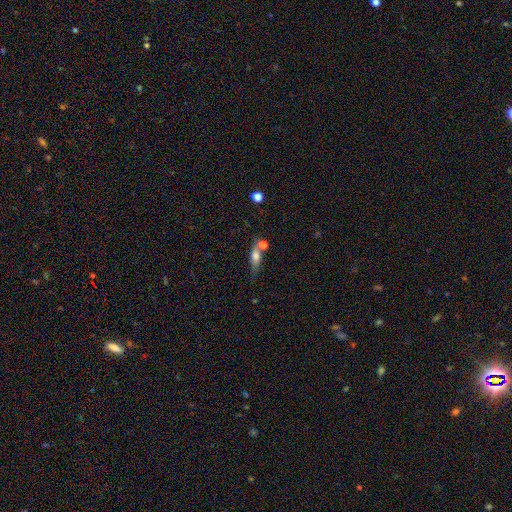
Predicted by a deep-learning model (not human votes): A smooth galaxy with no disk features (64%) that is in between round and cigar-shaped (52%). Merging: none (49%).